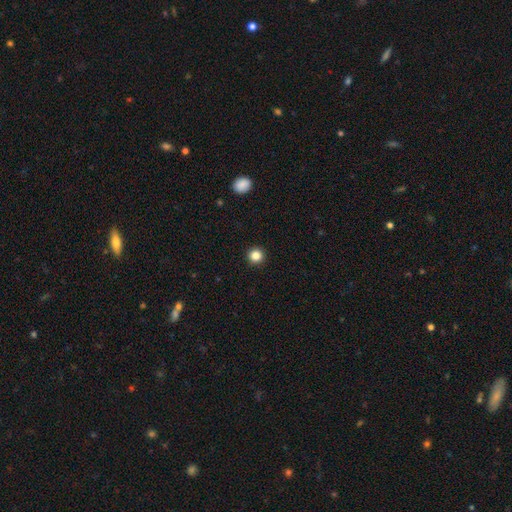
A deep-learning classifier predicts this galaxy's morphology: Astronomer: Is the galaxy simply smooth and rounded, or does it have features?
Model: smooth — 85%.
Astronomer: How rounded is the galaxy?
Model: round — 95%.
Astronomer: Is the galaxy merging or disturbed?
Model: none — 93%.